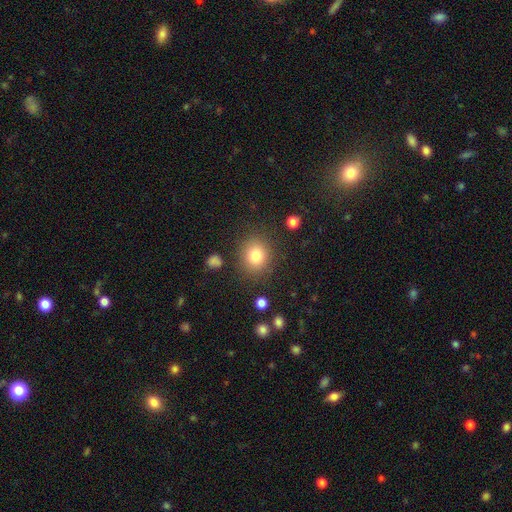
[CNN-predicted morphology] Smooth or featured?
  - smooth: 81% *
  - star or artifact: 11%
  - featured or disk: 8%
How rounded?
  - round: 79% *
  - in between: 20%
  - cigar-shaped: 1%
Merging?
  - none: 84% *
  - minor disturbance: 9%
  - major disturbance: 4%
  - merger: 2%